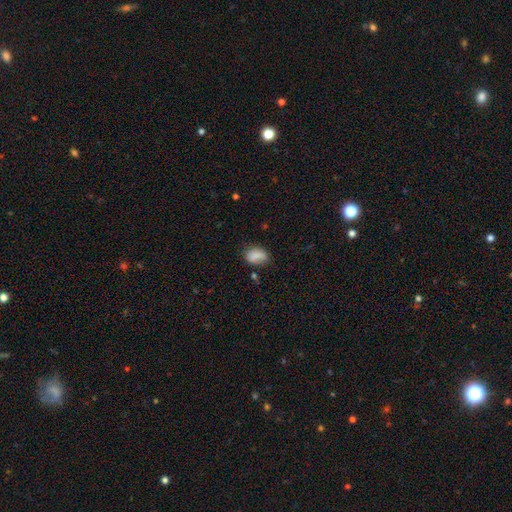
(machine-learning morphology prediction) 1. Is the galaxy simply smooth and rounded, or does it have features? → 79% smooth, 12% featured or disk, 10% star or artifact.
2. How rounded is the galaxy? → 79% in between, 19% round, 2% cigar-shaped.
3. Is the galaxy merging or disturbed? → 58% none, 28% minor disturbance, 9% major disturbance, 5% merger.